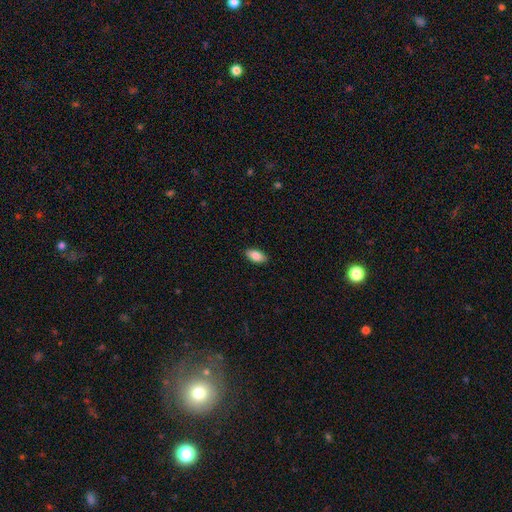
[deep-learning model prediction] A smooth galaxy with no disk features (86%) that is in between round and cigar-shaped (92%).

Vote fractions:
- Smooth or featured? smooth: 86% / featured or disk: 8% / star or artifact: 7%
- How rounded? in between: 92% / cigar-shaped: 5% / round: 3%
- Merging? none: 89% / minor disturbance: 8% / major disturbance: 2% / merger: 1%